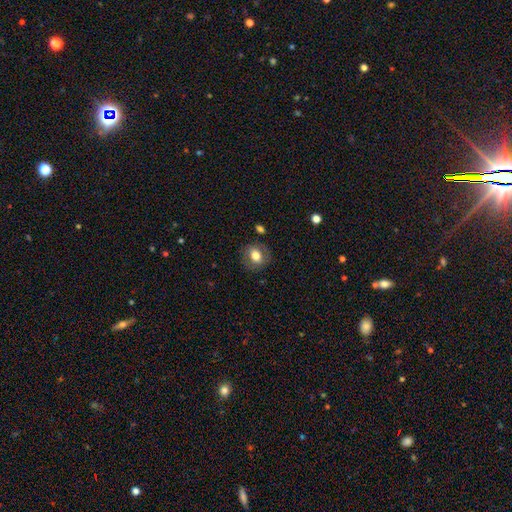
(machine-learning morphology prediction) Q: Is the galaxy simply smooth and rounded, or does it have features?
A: smooth — 67%.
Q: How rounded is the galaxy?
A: round — 56%.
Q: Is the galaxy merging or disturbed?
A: none — 80%.